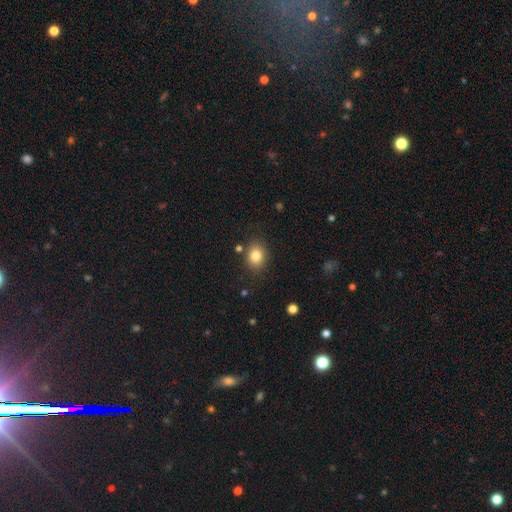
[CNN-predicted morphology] Smooth or featured?
  - smooth: 82% *
  - star or artifact: 11%
  - featured or disk: 8%
How rounded?
  - round: 54% *
  - in between: 45%
  - cigar-shaped: 1%
Merging?
  - none: 83% *
  - minor disturbance: 10%
  - merger: 3%
  - major disturbance: 3%